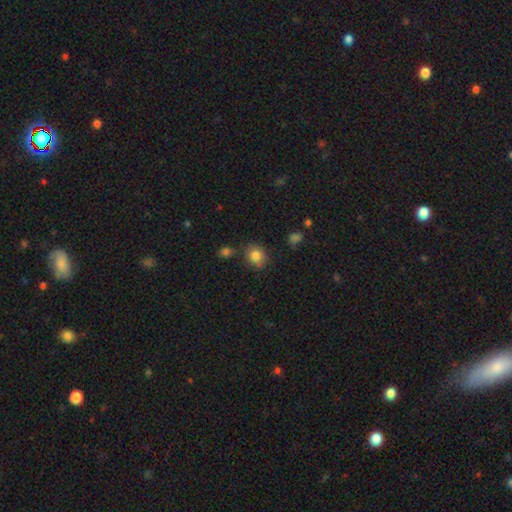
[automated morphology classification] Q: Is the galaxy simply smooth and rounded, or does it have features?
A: smooth — 83%.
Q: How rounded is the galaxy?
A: round — 70%.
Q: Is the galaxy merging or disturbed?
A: none — 75%.